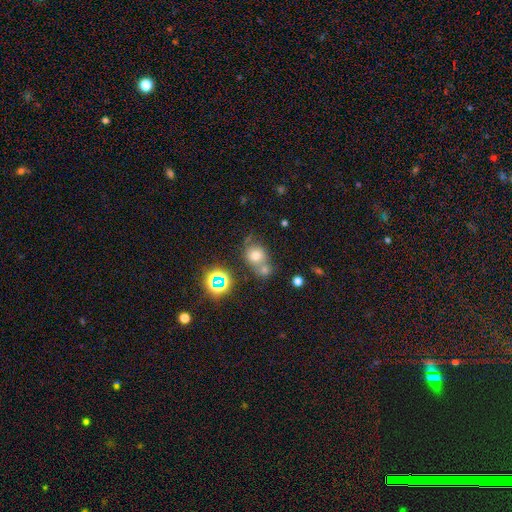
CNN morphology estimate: This is likely a smooth galaxy (67%). How rounded: likely round (71%). Merging: possibly none (46%).